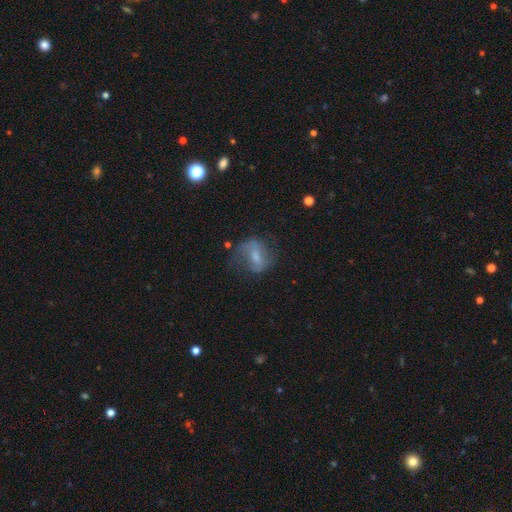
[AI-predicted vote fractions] A featured or disk galaxy (55%) with a weak bar (49%), spiral arms (73%) and a small central bulge (42%). Merging: none (50%).